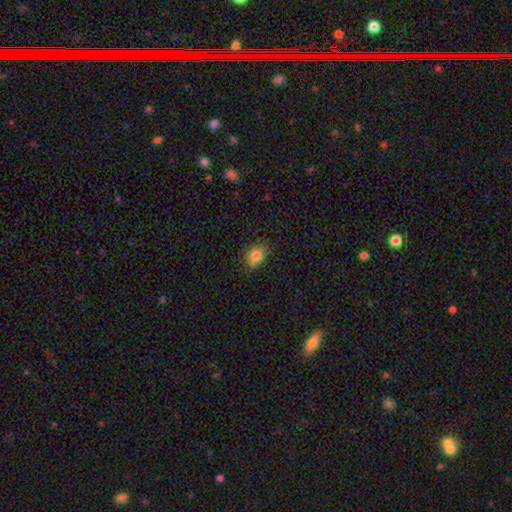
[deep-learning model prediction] Smooth or featured? smooth (82%)
How rounded? in between (74%)
Merging? none (79%)